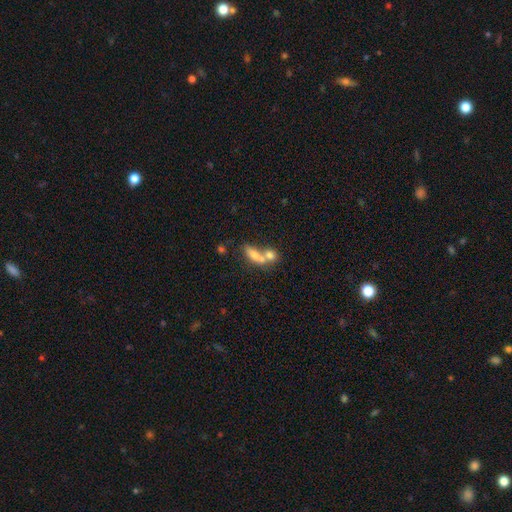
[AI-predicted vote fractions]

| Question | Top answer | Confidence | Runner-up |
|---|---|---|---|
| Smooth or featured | smooth | 68% | featured or disk (23%) |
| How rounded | in between | 62% | cigar-shaped (27%) |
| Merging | merger | 62% | none (24%) |